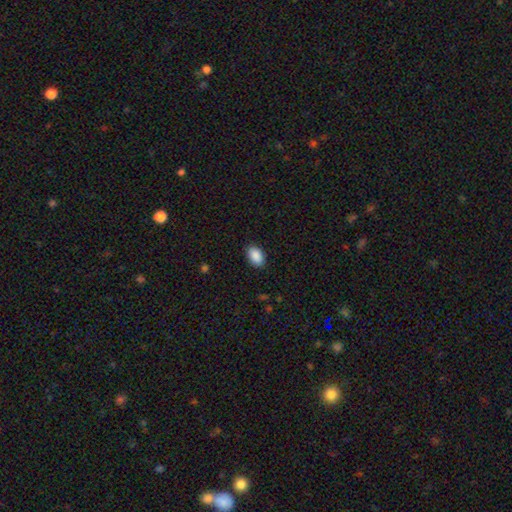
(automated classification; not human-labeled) smooth-or-featured: smooth: 90% | star or artifact: 7% | featured or disk: 3%
  how-rounded: in between: 92% | round: 7% | cigar-shaped: 1%
  merging: none: 88% | minor disturbance: 9% | major disturbance: 2% | merger: 1%